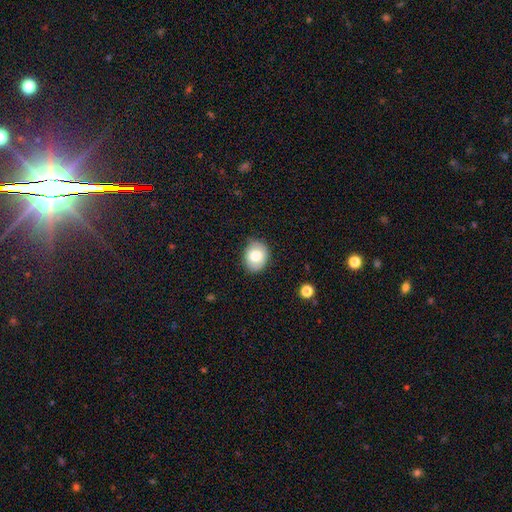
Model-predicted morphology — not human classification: smooth-or-featured: smooth: 77% | featured or disk: 15% | star or artifact: 8%
  how-rounded: round: 50% | in between: 49% | cigar-shaped: 1%
  merging: none: 78% | minor disturbance: 18% | major disturbance: 3% | merger: 1%